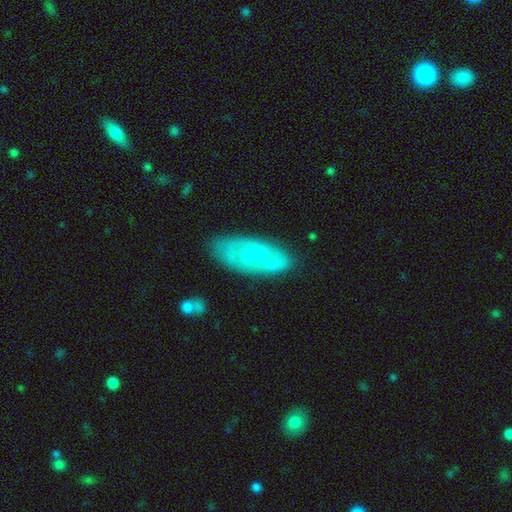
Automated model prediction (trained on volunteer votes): Morphology: type=featured or disk (62%); edge-on=no (91%); bar=no (63%); spiral arms=yes (81%); bulge=small (76%); merging=none (78%).